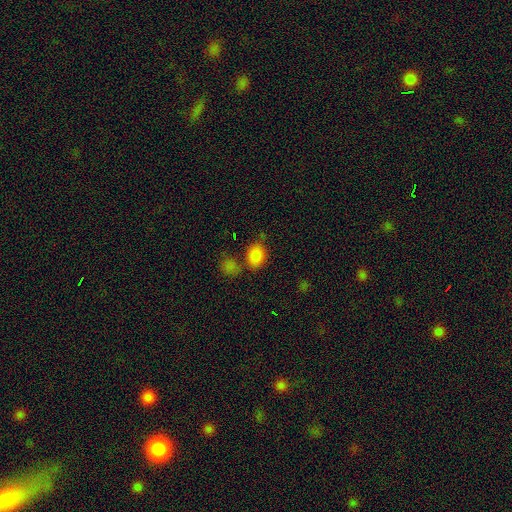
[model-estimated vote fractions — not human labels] Morphology: type=smooth (84%); roundness=in between (73%); merging=none (61%).